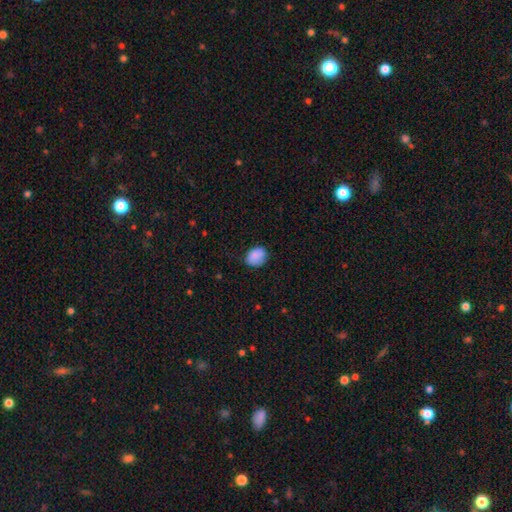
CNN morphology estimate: Smooth or featured? Predicted: smooth (p=0.87). How rounded? Predicted: in between (p=0.61). Merging? Predicted: none (p=0.71).